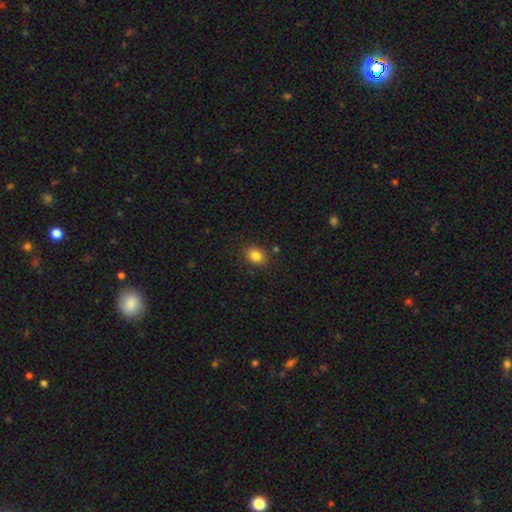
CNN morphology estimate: Q: Smooth or featured?
A: smooth (84%); runner-up: star or artifact (10%)
Q: How rounded?
A: in between (50%); runner-up: round (49%)
Q: Merging?
A: none (85%); runner-up: minor disturbance (10%)